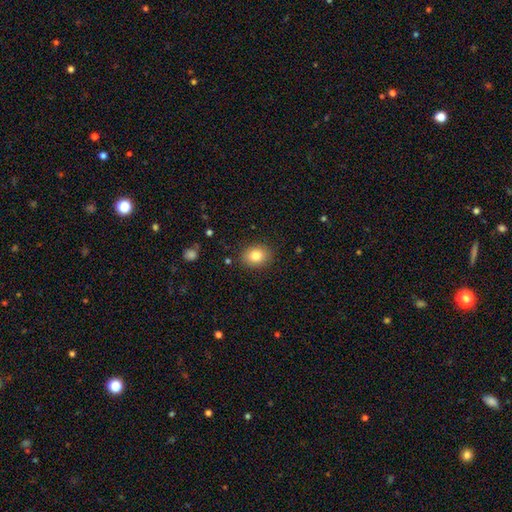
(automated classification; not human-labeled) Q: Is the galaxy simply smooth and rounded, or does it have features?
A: smooth — 83%.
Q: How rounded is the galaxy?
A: in between — 50%.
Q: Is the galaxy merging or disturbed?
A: none — 87%.